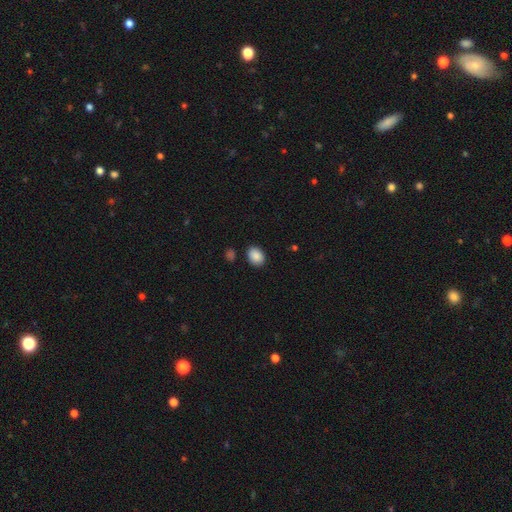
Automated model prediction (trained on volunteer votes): Smooth or featured?
  - smooth: 88% *
  - star or artifact: 8%
  - featured or disk: 4%
How rounded?
  - in between: 66% *
  - round: 33%
  - cigar-shaped: 1%
Merging?
  - none: 85% *
  - minor disturbance: 10%
  - merger: 3%
  - major disturbance: 3%